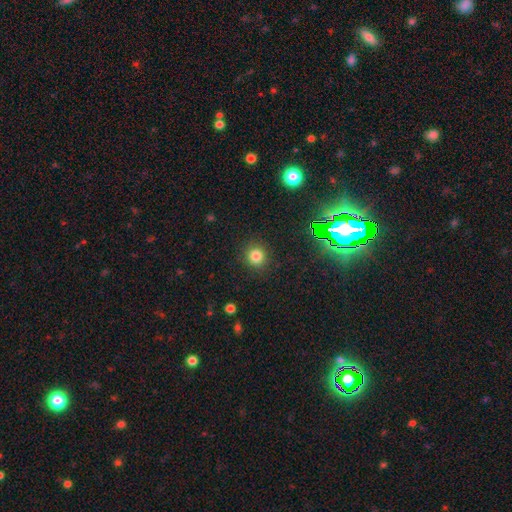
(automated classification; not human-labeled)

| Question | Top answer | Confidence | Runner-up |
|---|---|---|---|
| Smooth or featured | smooth | 79% | star or artifact (16%) |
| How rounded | round | 90% | in between (9%) |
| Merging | none | 89% | minor disturbance (7%) |